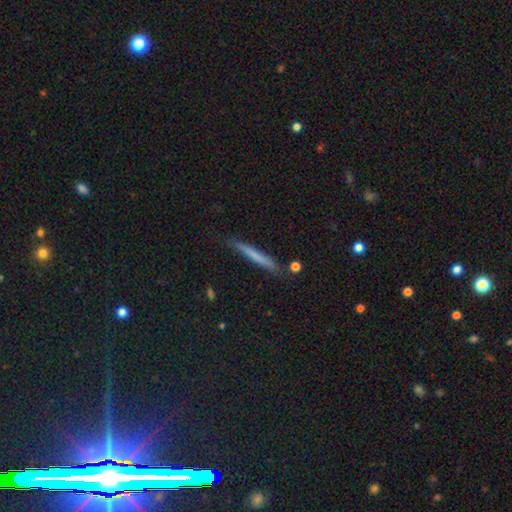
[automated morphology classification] Smooth or featured?
  - smooth: 62% *
  - featured or disk: 30%
  - star or artifact: 8%
How rounded?
  - cigar-shaped: 96% *
  - in between: 3%
  - round: 1%
Merging?
  - none: 82% *
  - minor disturbance: 13%
  - major disturbance: 2%
  - merger: 2%